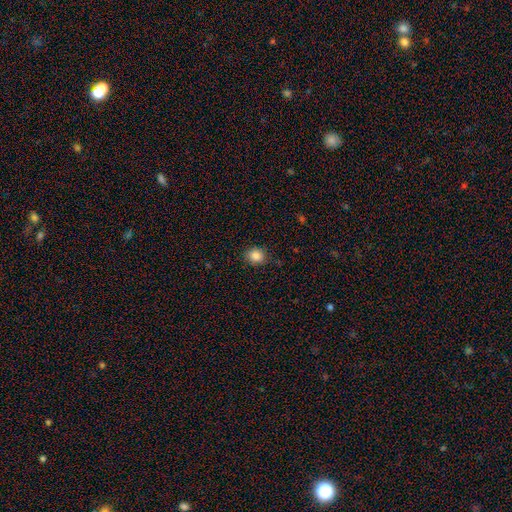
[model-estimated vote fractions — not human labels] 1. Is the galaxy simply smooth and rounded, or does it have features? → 86% smooth, 10% star or artifact, 4% featured or disk.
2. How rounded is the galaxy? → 68% round, 31% in between, 1% cigar-shaped.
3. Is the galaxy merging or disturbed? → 84% none, 12% minor disturbance, 3% major disturbance, 1% merger.